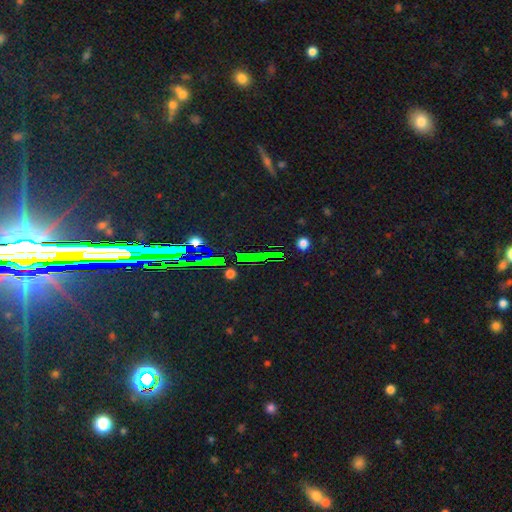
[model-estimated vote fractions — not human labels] Smooth or featured? star or artifact (72%)